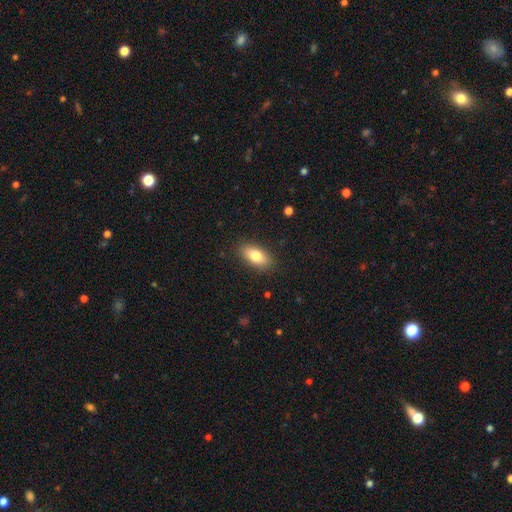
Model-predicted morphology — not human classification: Smooth or featured: smooth — 80% (featured or disk — 12%)
How rounded: in between — 87% (cigar-shaped — 9%)
Merging: none — 87% (minor disturbance — 10%)